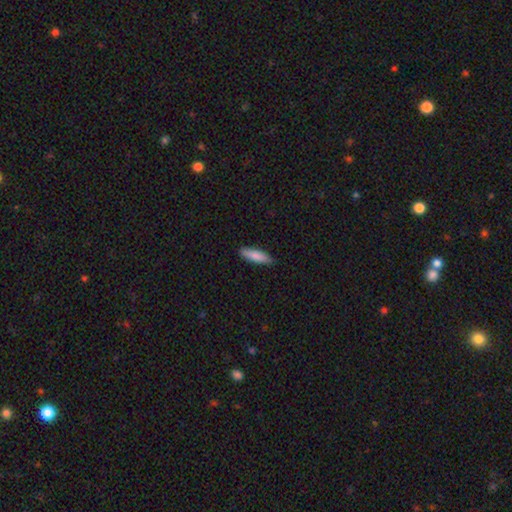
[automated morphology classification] A smooth galaxy with no disk features (84%) that is cigar-shaped (64%). Merging: none (88%).